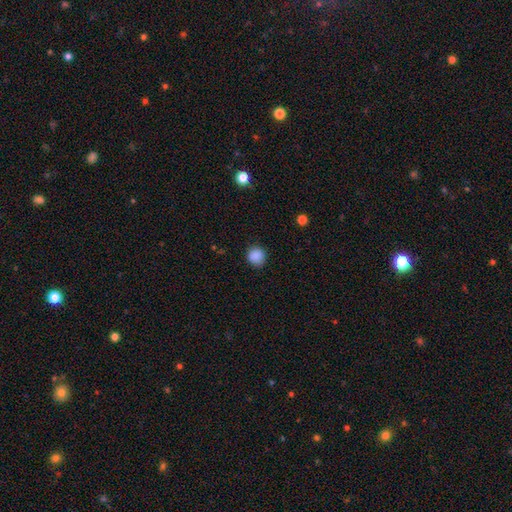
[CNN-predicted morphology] smooth_or_featured: smooth (p=0.88) [alt: star or artifact p=0.10]
how_rounded: round (p=0.90) [alt: in between p=0.09]
merging: none (p=0.87) [alt: minor disturbance p=0.09]